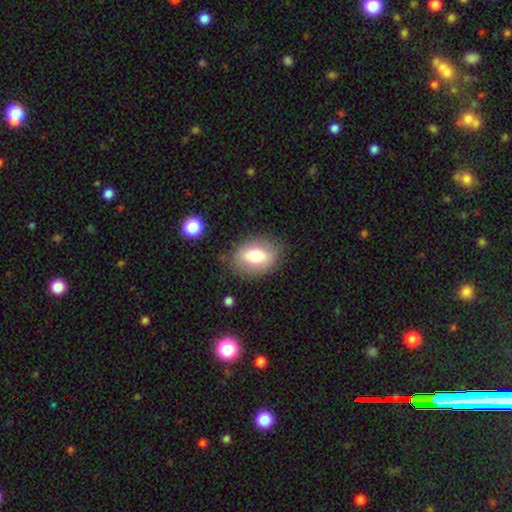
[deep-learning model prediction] Smooth or featured? Predicted: smooth (p=0.69). How rounded? Predicted: in between (p=0.77). Merging? Predicted: none (p=0.80).